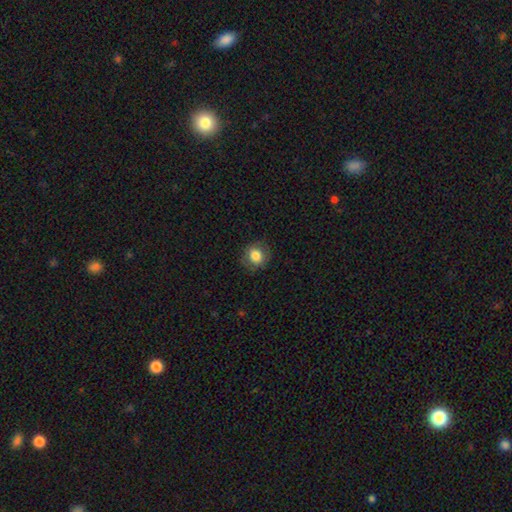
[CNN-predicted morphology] smooth_or_featured: smooth (p=0.81) [alt: featured or disk p=0.10]
how_rounded: round (p=0.79) [alt: in between p=0.20]
merging: none (p=0.83) [alt: minor disturbance p=0.12]